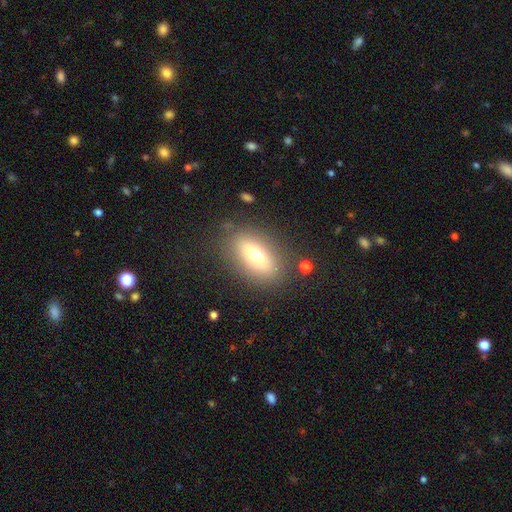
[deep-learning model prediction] Q: Smooth or featured?
A: smooth (65%); runner-up: featured or disk (24%)
Q: How rounded?
A: in between (79%); runner-up: round (13%)
Q: Merging?
A: none (81%); runner-up: minor disturbance (11%)